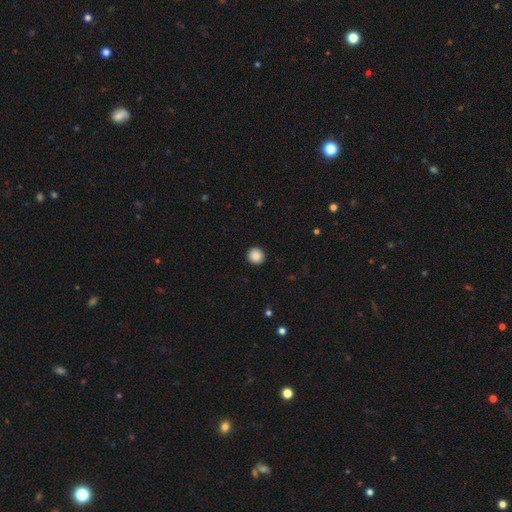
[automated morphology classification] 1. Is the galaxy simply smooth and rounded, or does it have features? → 88% smooth, 9% star or artifact, 3% featured or disk.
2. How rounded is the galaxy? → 93% round, 6% in between, 1% cigar-shaped.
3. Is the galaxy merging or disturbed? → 93% none, 5% minor disturbance, 2% major disturbance, 1% merger.